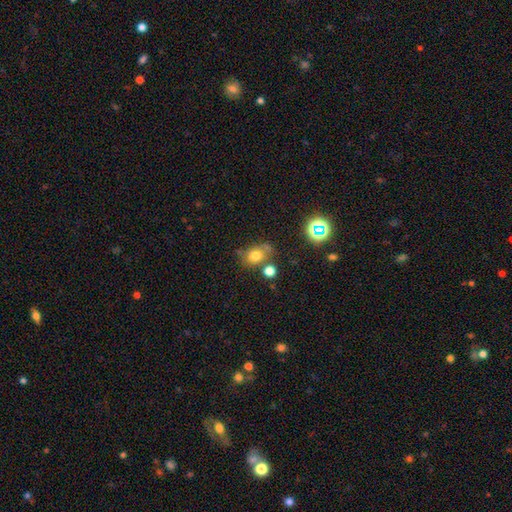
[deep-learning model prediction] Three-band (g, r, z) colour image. It shows a smooth galaxy with no disk features (72%) that is in between round and cigar-shaped (50%). Merging: none (57%).